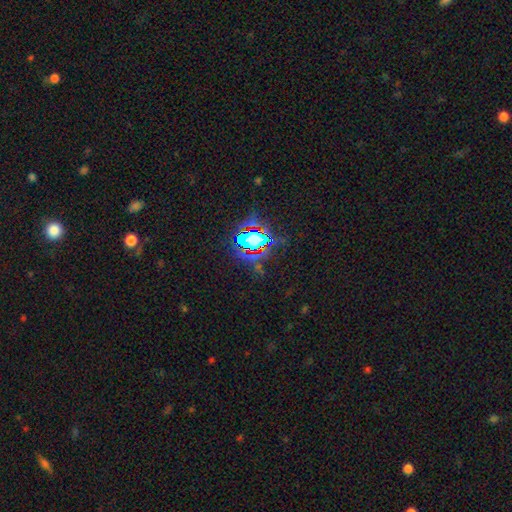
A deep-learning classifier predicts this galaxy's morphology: This is clearly a star or artifact rather than a galaxy (82%).